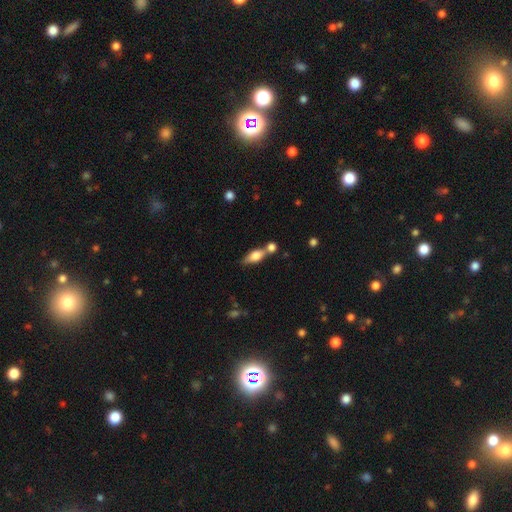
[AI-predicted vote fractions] Smooth or featured? smooth (68%)
How rounded? in between (71%)
Merging? none (46%)